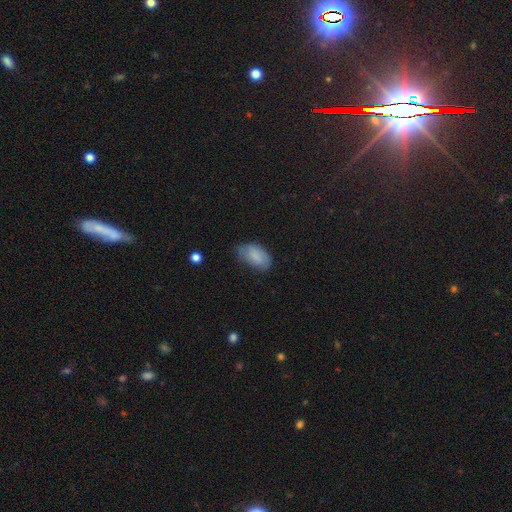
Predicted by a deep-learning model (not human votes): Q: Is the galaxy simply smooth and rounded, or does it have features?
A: smooth — 82%.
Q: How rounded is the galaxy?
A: in between — 94%.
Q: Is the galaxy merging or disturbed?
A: none — 54%.